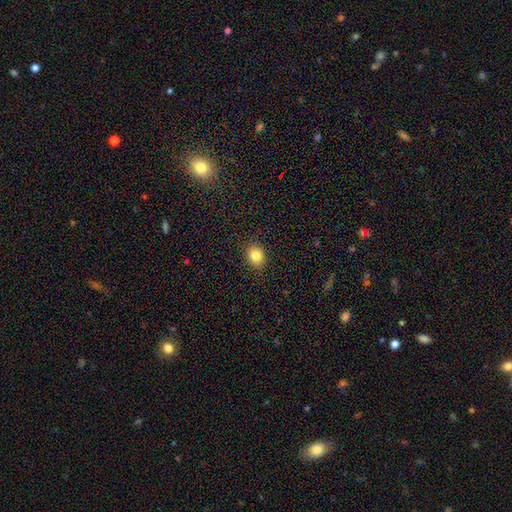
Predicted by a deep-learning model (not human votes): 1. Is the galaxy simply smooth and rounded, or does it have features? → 84% smooth, 10% star or artifact, 6% featured or disk.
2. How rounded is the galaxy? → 56% round, 43% in between, 1% cigar-shaped.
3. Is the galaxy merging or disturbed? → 88% none, 8% minor disturbance, 2% major disturbance, 1% merger.